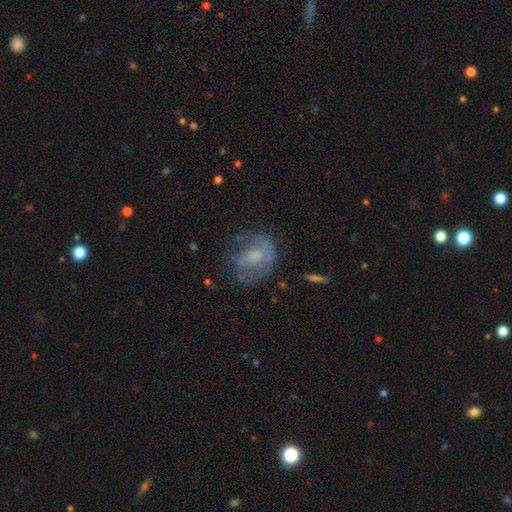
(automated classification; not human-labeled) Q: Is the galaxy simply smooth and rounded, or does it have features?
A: featured or disk — 60%.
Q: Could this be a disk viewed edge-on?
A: no — 97%.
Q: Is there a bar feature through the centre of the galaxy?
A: no — 55%.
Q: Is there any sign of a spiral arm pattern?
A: yes — 68%.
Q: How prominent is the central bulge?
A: small — 39%, tied with moderate.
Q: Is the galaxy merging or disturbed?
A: none — 55%.